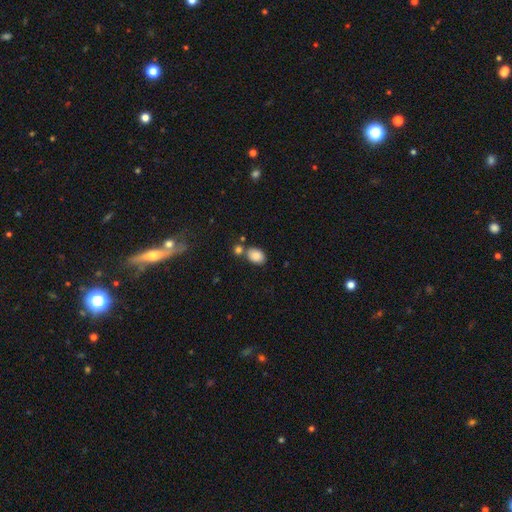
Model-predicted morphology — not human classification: The model was most divided on "merging": none: 62%, merger: 22%, minor disturbance: 13%, major disturbance: 4%. More confident: smooth or featured — smooth (86%); how rounded — in between (81%).